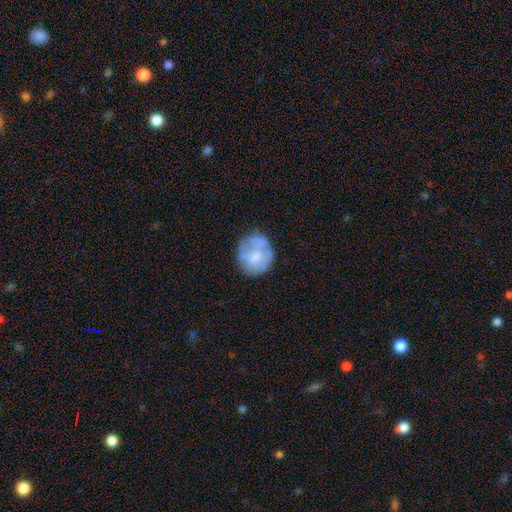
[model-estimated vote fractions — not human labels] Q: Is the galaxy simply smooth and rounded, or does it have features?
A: smooth — 59%.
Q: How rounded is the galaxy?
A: round — 82%.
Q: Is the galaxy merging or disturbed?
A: none — 64%.